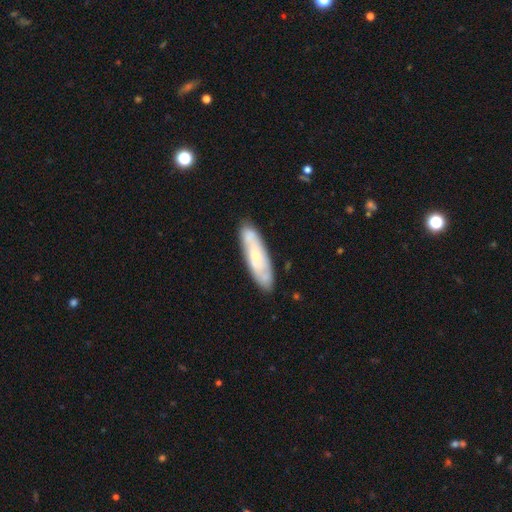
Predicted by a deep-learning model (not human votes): Q: Smooth or featured?
A: featured or disk (48%); runner-up: smooth (46%)
Q: Merging?
A: none (82%); runner-up: minor disturbance (13%)